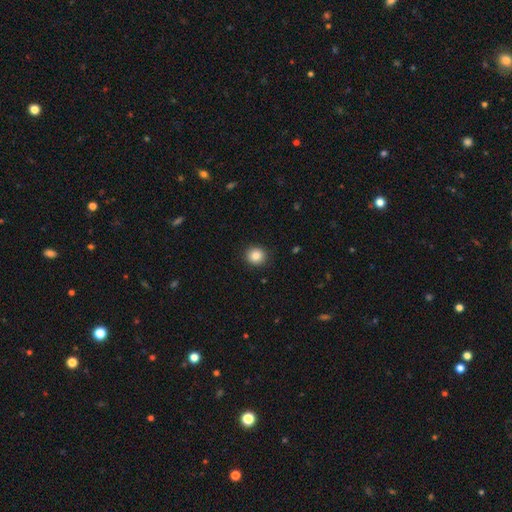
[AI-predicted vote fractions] The model was most divided on "smooth or featured": smooth: 86%, star or artifact: 10%, featured or disk: 5%. More confident: merging — none (91%); how rounded — round (89%).